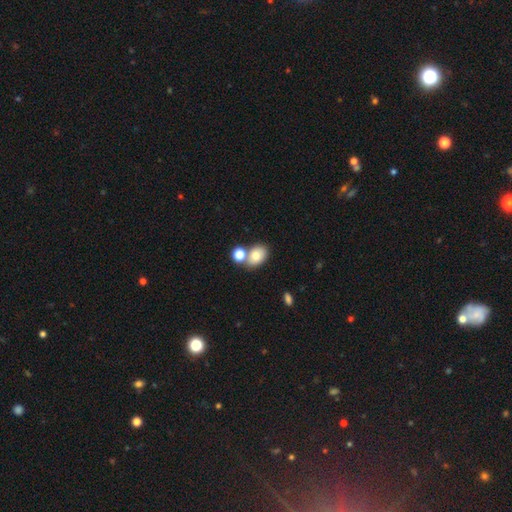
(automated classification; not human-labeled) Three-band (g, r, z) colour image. It shows a smooth galaxy with no disk features (77%) that is in between round and cigar-shaped (72%). Merging: none (50%).